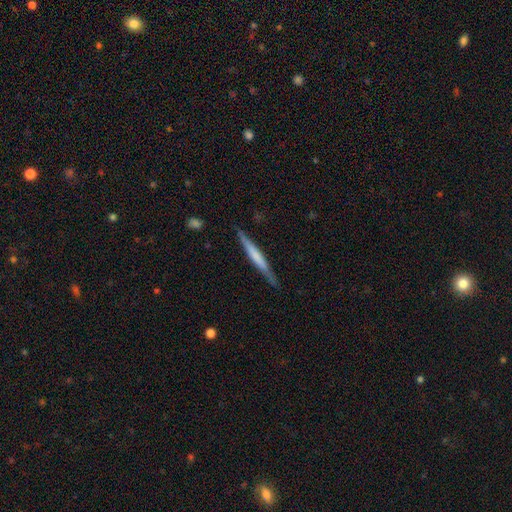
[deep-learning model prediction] smooth-or-featured: featured or disk: 52% | smooth: 43% | star or artifact: 5%
  disk-edge-on: yes: 97% | no: 3%
    edge-on-bulge: none: 58% | boxy: 23% | rounded: 18%
  merging: none: 86% | minor disturbance: 10% | major disturbance: 2% | merger: 1%